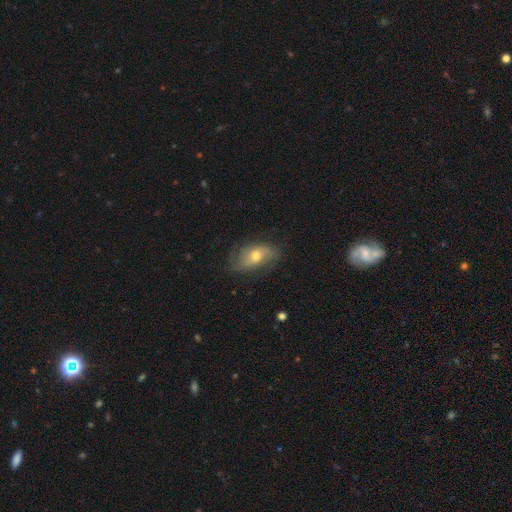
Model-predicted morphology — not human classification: Smooth or featured? Predicted: featured or disk (p=0.61). Edge-on disk? Predicted: no (p=0.92). Bar? Predicted: no (p=0.64). Spiral arms? Predicted: yes (p=0.83). Bulge size? Predicted: moderate (p=0.69). Merging? Predicted: none (p=0.69).